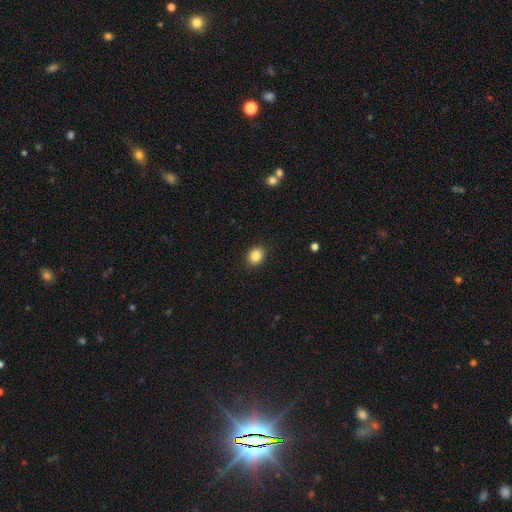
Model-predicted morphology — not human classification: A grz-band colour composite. It shows a smooth galaxy with no disk features (85%) that is round (51%). Merging: none (90%).